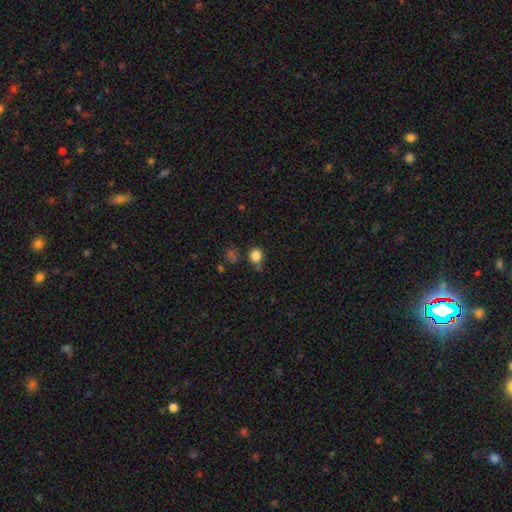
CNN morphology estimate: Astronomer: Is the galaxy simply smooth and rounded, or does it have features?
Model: smooth — 83%.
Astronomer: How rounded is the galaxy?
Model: round — 81%.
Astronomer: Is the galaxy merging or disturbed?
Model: none — 69%.